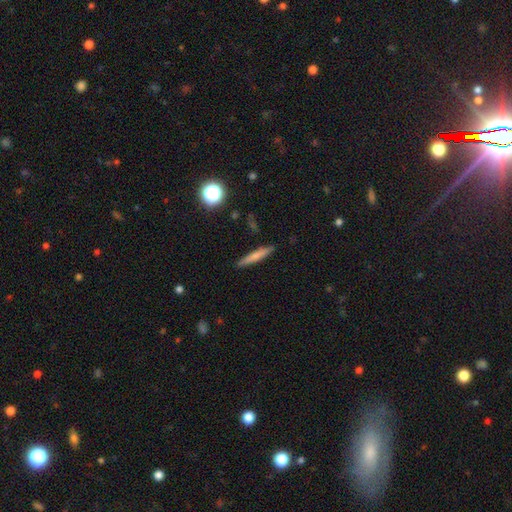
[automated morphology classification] type=smooth (68%); roundness=cigar-shaped (93%); merging=none (89%).